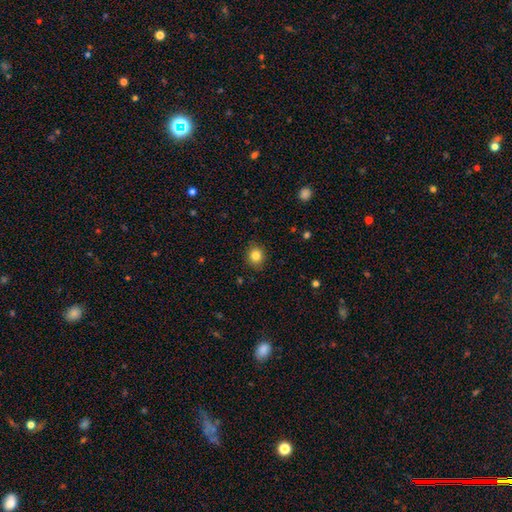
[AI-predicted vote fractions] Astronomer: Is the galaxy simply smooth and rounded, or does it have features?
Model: smooth — 83%.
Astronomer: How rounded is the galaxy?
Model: round — 77%.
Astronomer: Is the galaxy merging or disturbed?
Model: none — 89%.